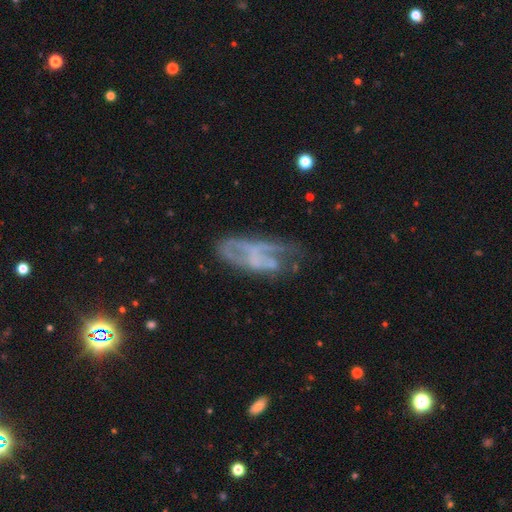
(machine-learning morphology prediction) Smooth or featured? Predicted: featured or disk (p=0.64). Edge-on disk? Predicted: no (p=0.91). Bar? Predicted: no (p=0.75). Spiral arms? Predicted: no (p=0.56). Bulge size? Predicted: none (p=0.75). Merging? Predicted: none (p=0.37).